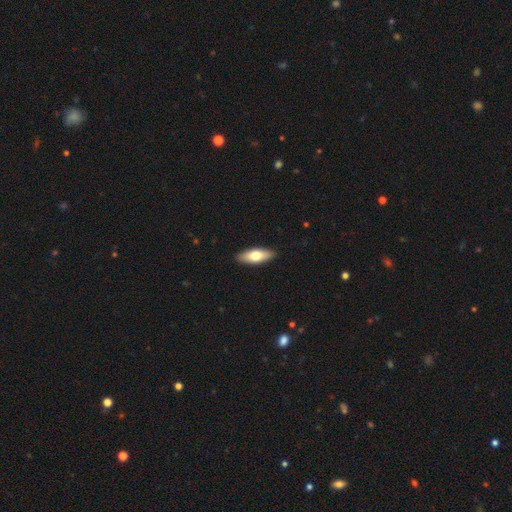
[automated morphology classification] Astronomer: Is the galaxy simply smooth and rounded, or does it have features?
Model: smooth — 70%.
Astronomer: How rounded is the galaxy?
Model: in between — 67%.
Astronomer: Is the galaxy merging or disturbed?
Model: none — 90%.